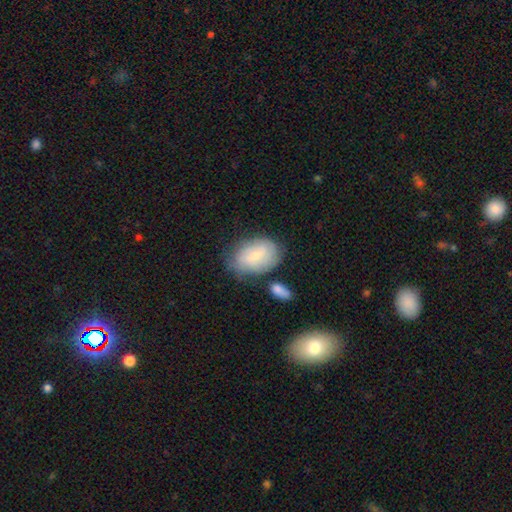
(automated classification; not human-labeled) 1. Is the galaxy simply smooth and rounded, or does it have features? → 59% smooth, 34% featured or disk, 7% star or artifact.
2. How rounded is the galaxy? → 82% in between, 17% round, 1% cigar-shaped.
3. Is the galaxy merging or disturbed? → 63% none, 23% minor disturbance, 8% merger, 7% major disturbance.